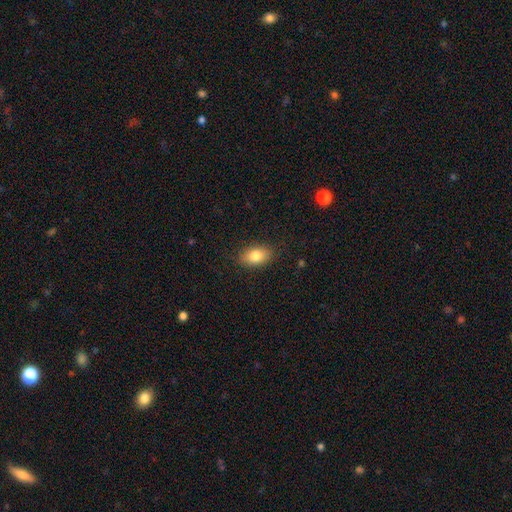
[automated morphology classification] Smooth or featured?
  - smooth: 82% *
  - featured or disk: 9%
  - star or artifact: 8%
How rounded?
  - in between: 88% *
  - round: 10%
  - cigar-shaped: 2%
Merging?
  - none: 86% *
  - minor disturbance: 10%
  - major disturbance: 3%
  - merger: 1%